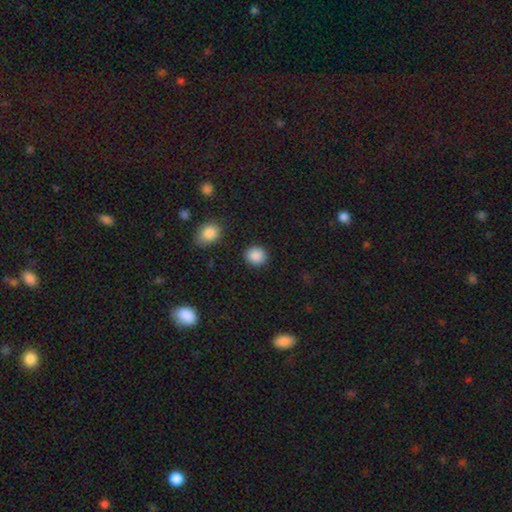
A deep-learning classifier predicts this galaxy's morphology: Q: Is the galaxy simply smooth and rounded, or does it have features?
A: smooth — 89%.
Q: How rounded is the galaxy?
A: round — 80%.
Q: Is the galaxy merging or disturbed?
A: none — 89%.